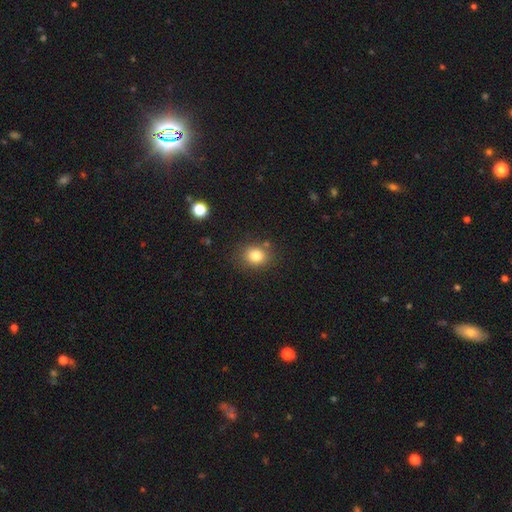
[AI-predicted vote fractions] This appears to be a smooth galaxy with no disk features (82%) that is round (65%). Merging: none (80%).